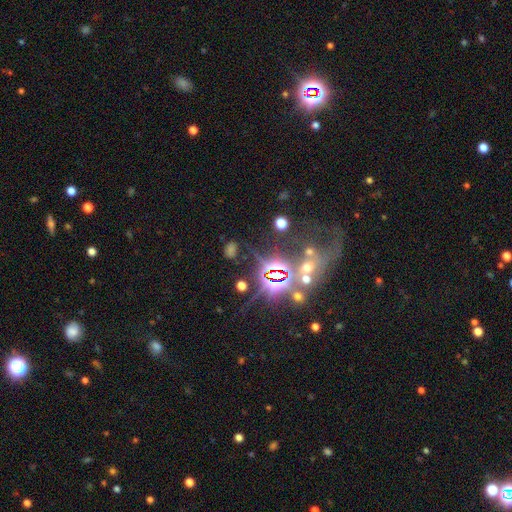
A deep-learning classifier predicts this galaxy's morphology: A star or artifact, not a galaxy (66%).